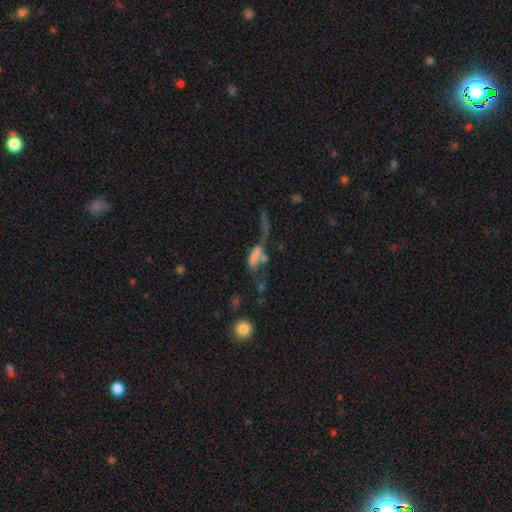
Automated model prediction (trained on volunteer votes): Smooth or featured: smooth — 49% (featured or disk — 33%)
Merging: merger — 43% (major disturbance — 31%)